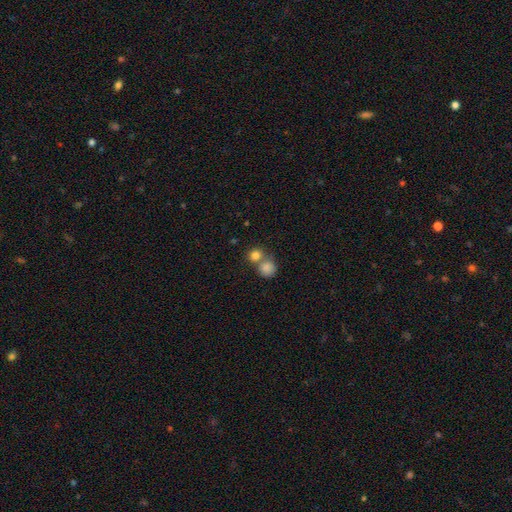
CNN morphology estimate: Smooth or featured: smooth — 83% (star or artifact — 10%)
How rounded: round — 85% (in between — 14%)
Merging: merger — 47% (none — 44%)